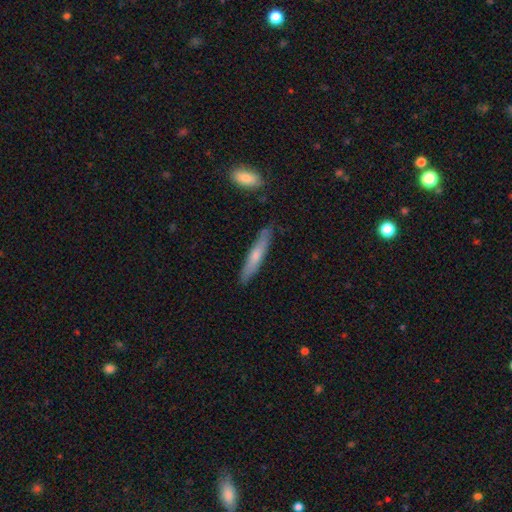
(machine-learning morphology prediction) Smooth or featured? Predicted: smooth (p=0.59). How rounded? Predicted: cigar-shaped (p=0.92). Merging? Predicted: none (p=0.86).